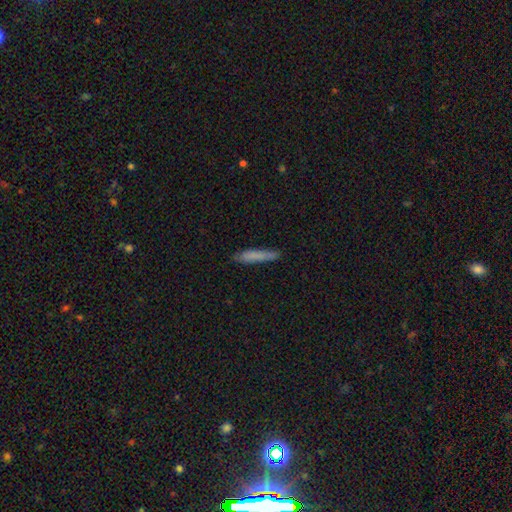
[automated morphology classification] Smooth or featured? Predicted: smooth (p=0.78). How rounded? Predicted: cigar-shaped (p=0.92). Merging? Predicted: none (p=0.80).